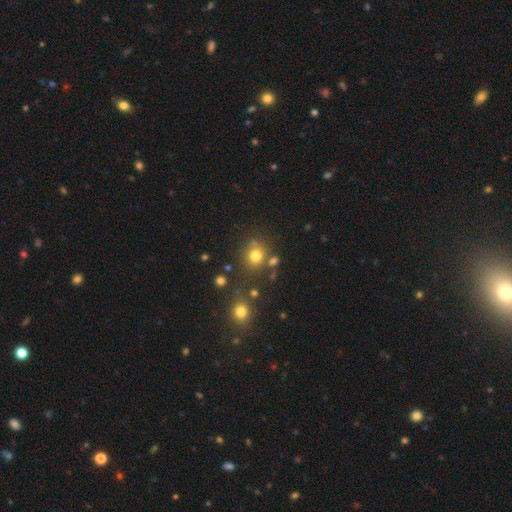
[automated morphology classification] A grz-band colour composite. It shows a smooth galaxy with no disk features (76%) that is round (81%). Merging: none (70%).